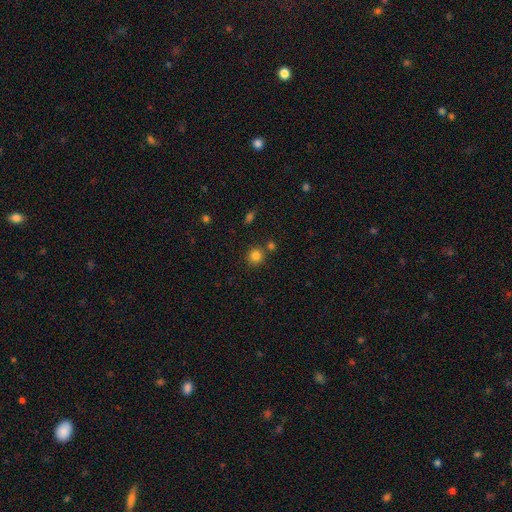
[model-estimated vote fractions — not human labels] smooth 82%, star or artifact 12%, featured or disk 5%. Down the decision tree: how rounded — round (89%); merging — none (77%).